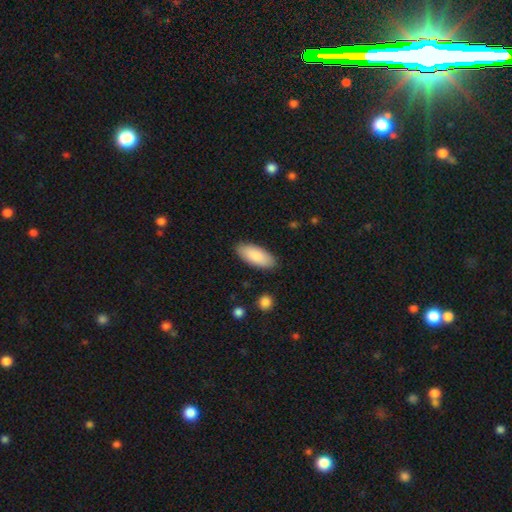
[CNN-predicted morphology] smooth-or-featured: smooth: 87% | featured or disk: 7% | star or artifact: 5%
  how-rounded: in between: 84% | cigar-shaped: 14% | round: 2%
  merging: none: 88% | minor disturbance: 9% | major disturbance: 2% | merger: 1%